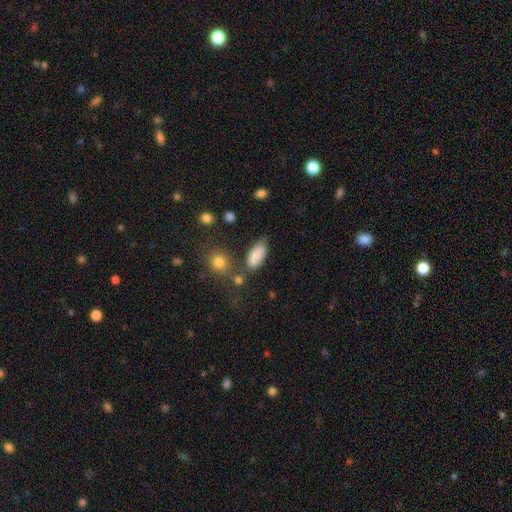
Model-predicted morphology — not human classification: Smooth or featured? smooth (82%)
How rounded? in between (88%)
Merging? none (59%)